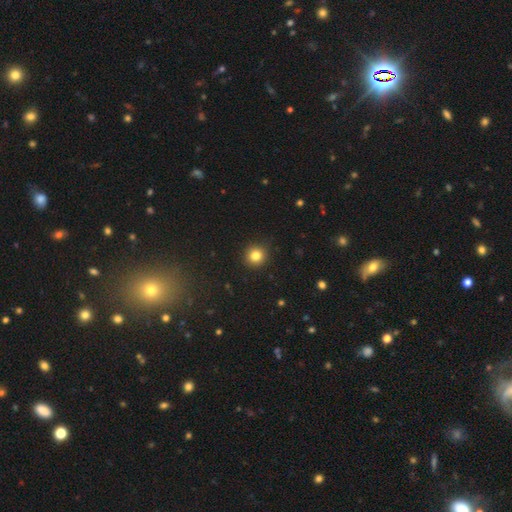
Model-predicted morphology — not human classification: type=smooth (82%); roundness=round (93%); merging=none (91%).